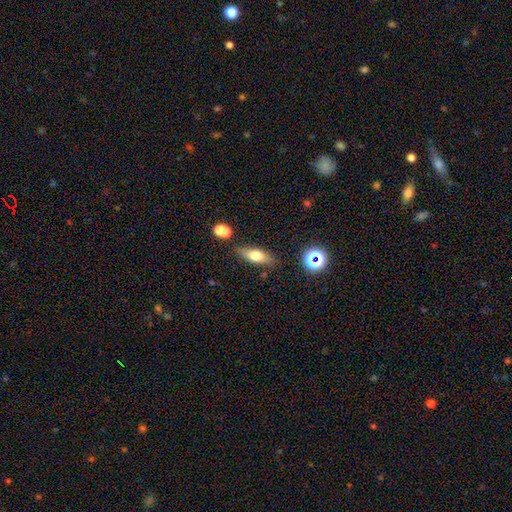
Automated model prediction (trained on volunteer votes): Smooth or featured: smooth — 63% (featured or disk — 27%)
How rounded: in between — 65% (cigar-shaped — 30%)
Merging: none — 74% (minor disturbance — 15%)